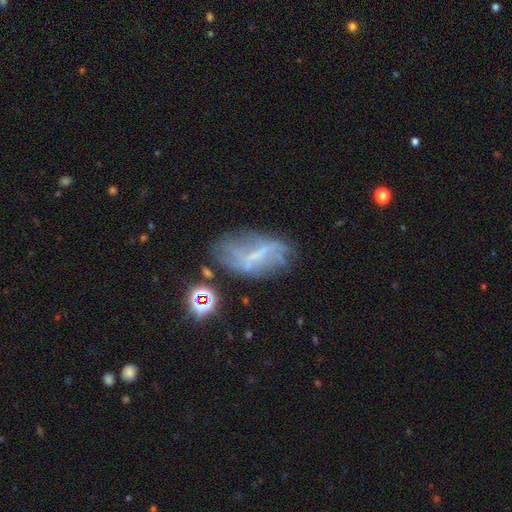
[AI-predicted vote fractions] featured or disk 56%, smooth 29%, star or artifact 15%. Down the decision tree: edge-on disk — no (89%); merging — none (49%).